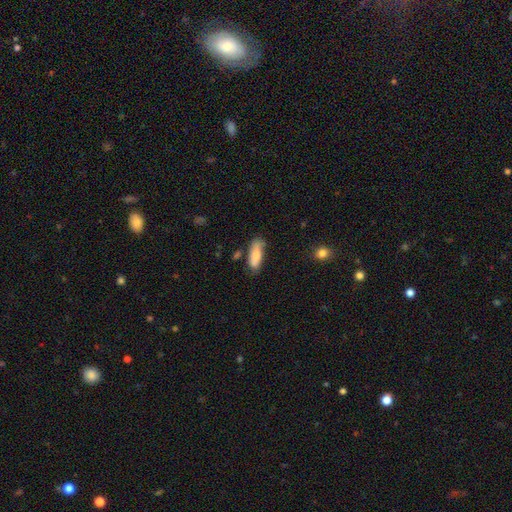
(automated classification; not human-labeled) Smooth or featured?
  - smooth: 78% *
  - featured or disk: 16%
  - star or artifact: 6%
How rounded?
  - in between: 62% *
  - cigar-shaped: 36%
  - round: 2%
Merging?
  - none: 64% *
  - minor disturbance: 25%
  - major disturbance: 6%
  - merger: 5%